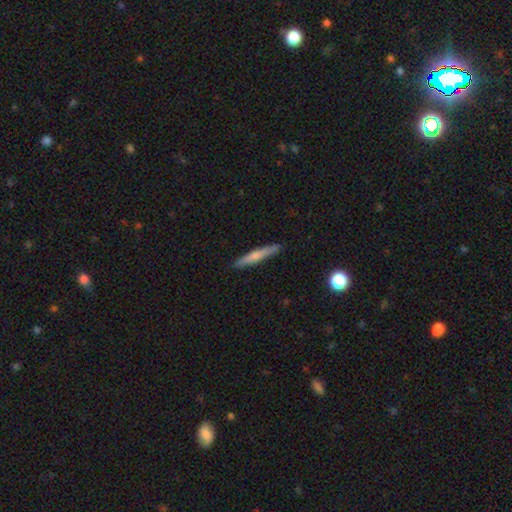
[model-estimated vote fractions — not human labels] smooth_or_featured: smooth (p=0.60) [alt: featured or disk p=0.35]
how_rounded: cigar-shaped (p=0.94) [alt: in between p=0.04]
merging: none (p=0.89) [alt: minor disturbance p=0.08]